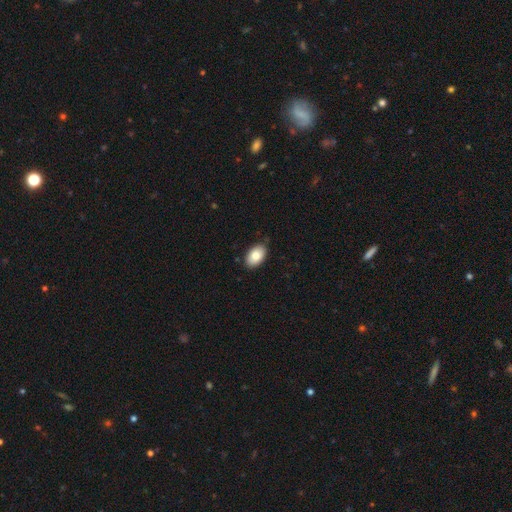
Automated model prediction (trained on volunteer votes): Smooth or featured?
  - smooth: 83% *
  - featured or disk: 10%
  - star or artifact: 7%
How rounded?
  - in between: 92% *
  - round: 7%
  - cigar-shaped: 1%
Merging?
  - none: 84% *
  - minor disturbance: 12%
  - major disturbance: 2%
  - merger: 1%